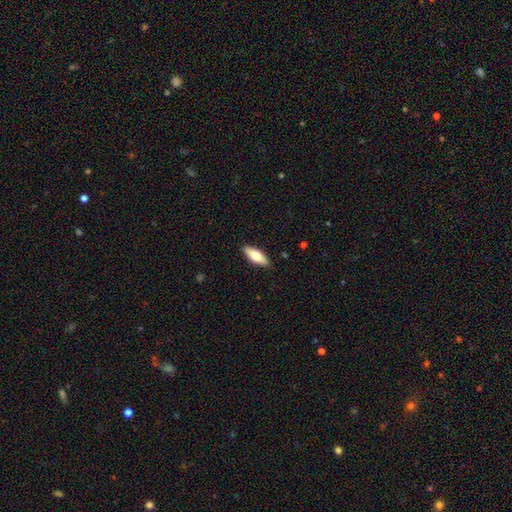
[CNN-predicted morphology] A smooth galaxy with no disk features (65%) that is in between round and cigar-shaped (65%). Merging: none (89%).